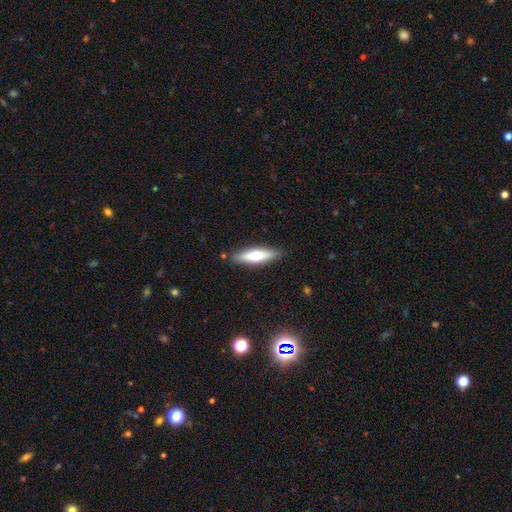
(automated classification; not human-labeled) Smooth or featured: smooth — 58% (featured or disk — 37%)
How rounded: cigar-shaped — 64% (in between — 34%)
Merging: none — 87% (minor disturbance — 10%)